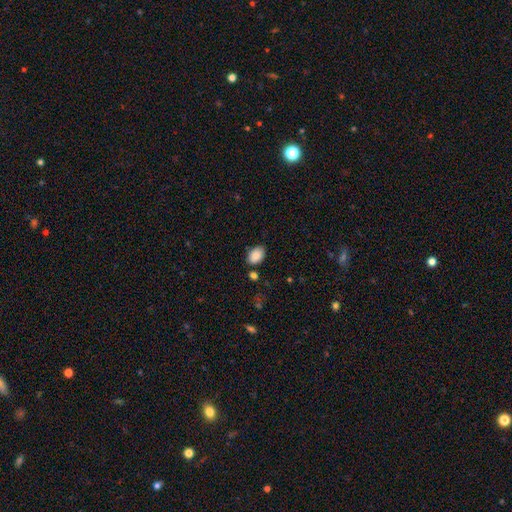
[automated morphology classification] type=smooth (89%); roundness=in between (85%); merging=none (78%).